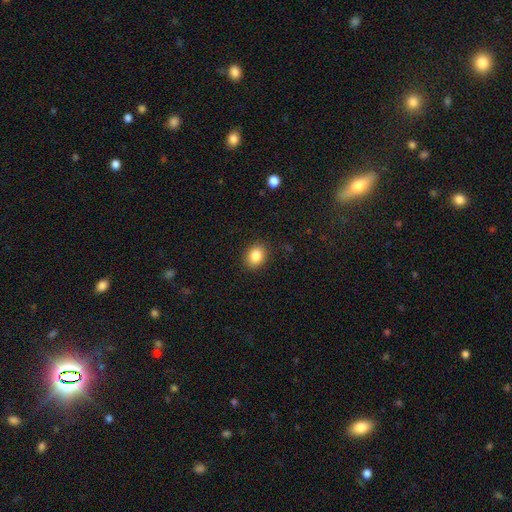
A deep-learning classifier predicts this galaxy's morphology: Smooth or featured? smooth (85%)
How rounded? round (50%)
Merging? none (88%)